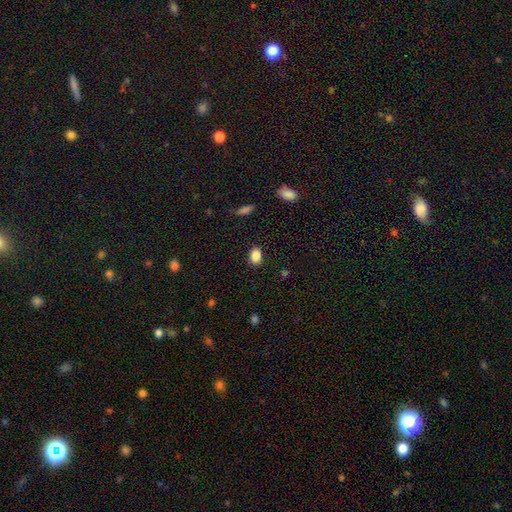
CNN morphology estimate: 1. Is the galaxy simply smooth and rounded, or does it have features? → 87% smooth, 9% star or artifact, 4% featured or disk.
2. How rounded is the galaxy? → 83% in between, 16% round, 2% cigar-shaped.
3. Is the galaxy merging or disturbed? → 87% none, 10% minor disturbance, 2% major disturbance, 1% merger.